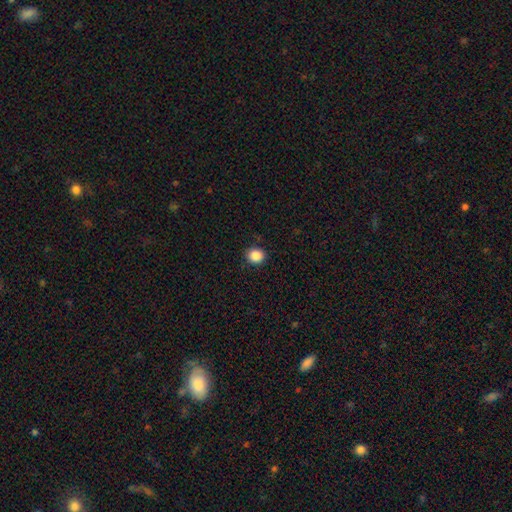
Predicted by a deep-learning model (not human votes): Smooth or featured: smooth — 88% (star or artifact — 10%)
How rounded: round — 82% (in between — 17%)
Merging: none — 90% (minor disturbance — 7%)